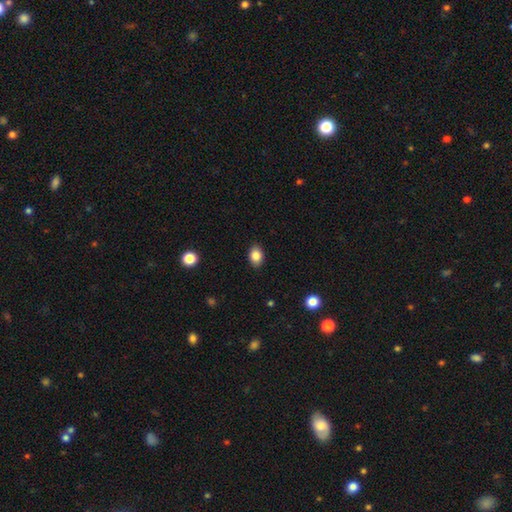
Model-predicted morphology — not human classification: The model was most divided on "how rounded": in between: 76%, round: 23%, cigar-shaped: 1%. More confident: merging — none (87%); smooth or featured — smooth (85%).